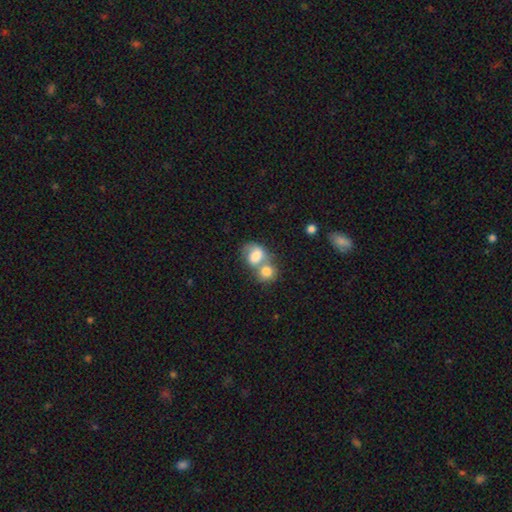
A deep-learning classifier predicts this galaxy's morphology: This is likely a smooth galaxy (71%). How rounded: possibly round (50%). Merging: likely merger (67%).